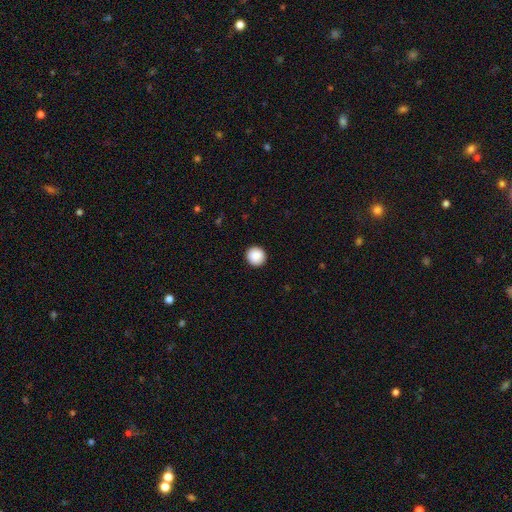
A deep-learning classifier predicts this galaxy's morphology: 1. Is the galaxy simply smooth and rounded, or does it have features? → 89% smooth, 8% star or artifact, 3% featured or disk.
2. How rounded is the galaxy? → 94% round, 5% in between, 1% cigar-shaped.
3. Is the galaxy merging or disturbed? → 93% none, 5% minor disturbance, 2% major disturbance, 1% merger.